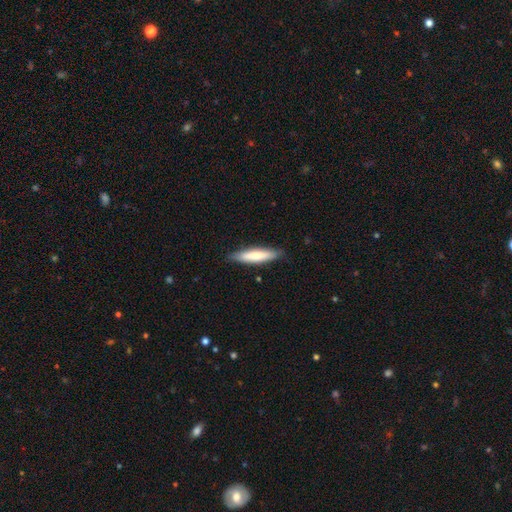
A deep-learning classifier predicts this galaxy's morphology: Smooth or featured? Predicted: smooth (p=0.75). How rounded? Predicted: cigar-shaped (p=0.79). Merging? Predicted: none (p=0.86).